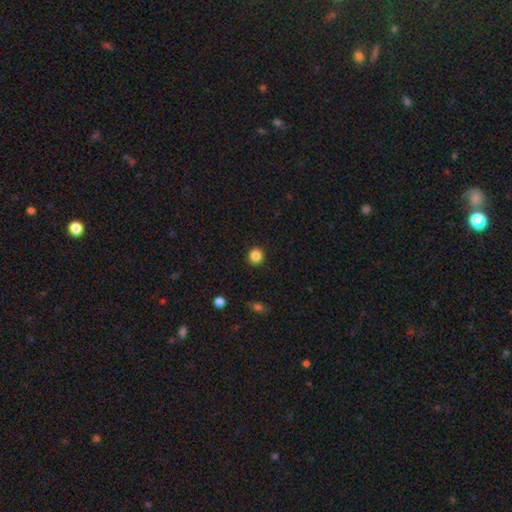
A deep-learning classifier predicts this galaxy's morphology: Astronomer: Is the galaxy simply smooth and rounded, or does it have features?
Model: smooth — 86%.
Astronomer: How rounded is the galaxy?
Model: round — 92%.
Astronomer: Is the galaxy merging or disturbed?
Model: none — 92%.